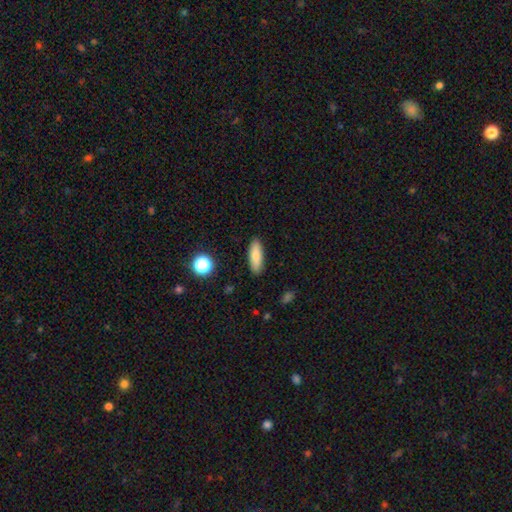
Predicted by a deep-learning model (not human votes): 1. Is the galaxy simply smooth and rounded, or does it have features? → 81% smooth, 12% featured or disk, 7% star or artifact.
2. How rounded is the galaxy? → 56% in between, 41% cigar-shaped, 3% round.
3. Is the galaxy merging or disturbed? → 89% none, 7% minor disturbance, 2% major disturbance, 1% merger.